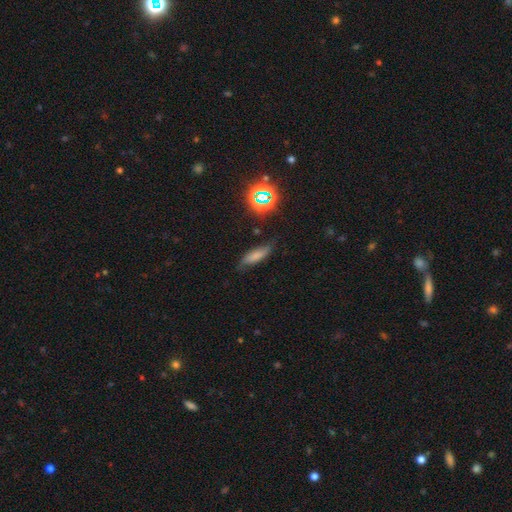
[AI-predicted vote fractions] Smooth or featured: smooth — 67% (featured or disk — 18%)
How rounded: cigar-shaped — 52% (in between — 45%)
Merging: none — 69% (minor disturbance — 23%)